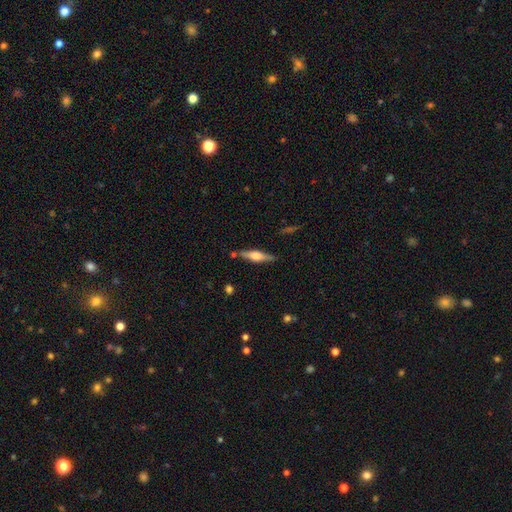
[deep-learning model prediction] A featured or disk galaxy (64%) viewed edge-on (97%) with a rounded central bulge (81%). Merging: none (84%).